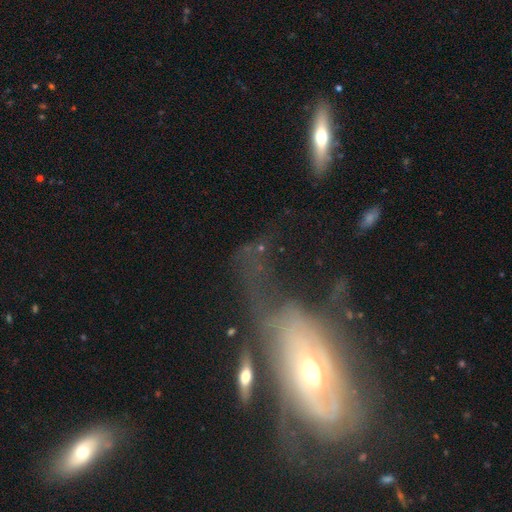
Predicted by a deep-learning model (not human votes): Smooth or featured? featured or disk (61%)
Edge-on disk? no (78%)
Merging? major disturbance (39%)